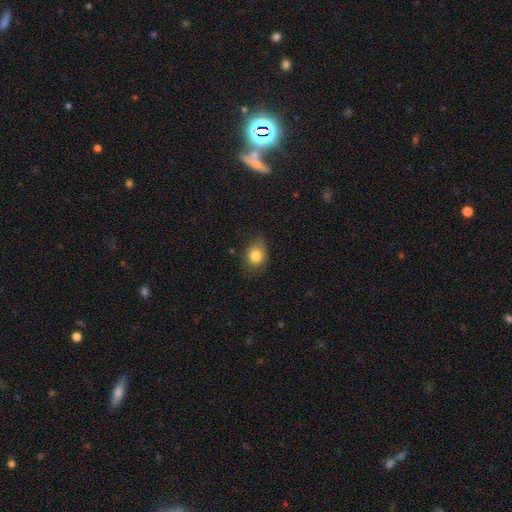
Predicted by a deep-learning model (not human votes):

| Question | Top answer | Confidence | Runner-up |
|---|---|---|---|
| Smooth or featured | smooth | 81% | featured or disk (9%) |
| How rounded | in between | 59% | round (40%) |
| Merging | none | 65% | minor disturbance (28%) |